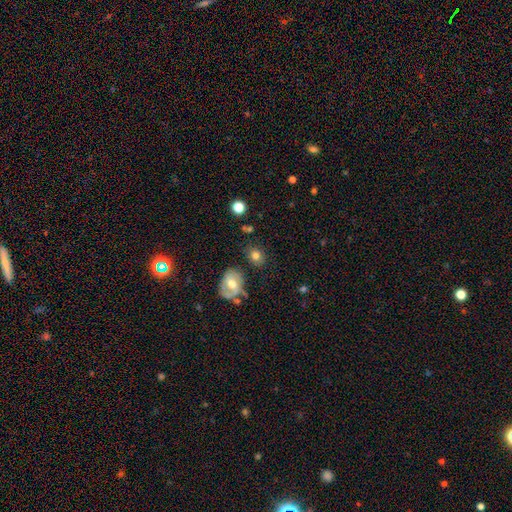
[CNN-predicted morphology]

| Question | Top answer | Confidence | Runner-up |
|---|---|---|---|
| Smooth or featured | smooth | 77% | featured or disk (13%) |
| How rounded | in between | 50% | round (49%) |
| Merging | none | 72% | minor disturbance (16%) |